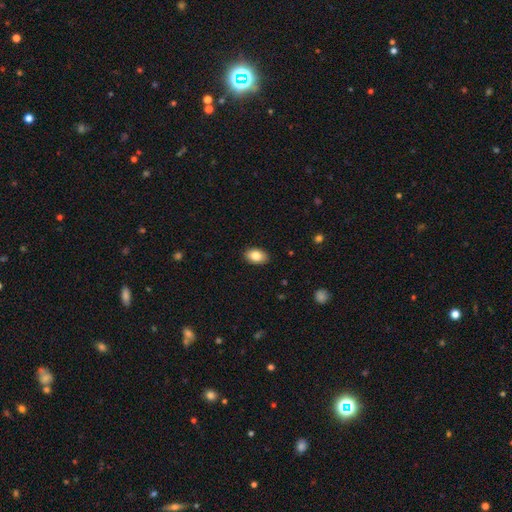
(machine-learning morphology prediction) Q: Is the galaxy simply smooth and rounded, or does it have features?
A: smooth — 83%.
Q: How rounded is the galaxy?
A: in between — 90%.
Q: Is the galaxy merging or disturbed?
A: none — 88%.